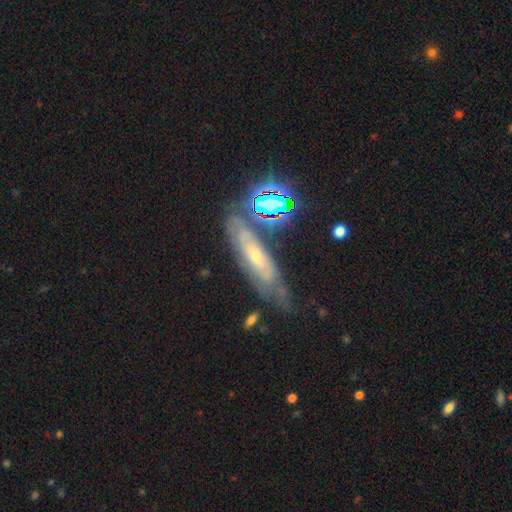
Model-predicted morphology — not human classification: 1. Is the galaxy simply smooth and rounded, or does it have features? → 64% featured or disk, 19% smooth, 17% star or artifact.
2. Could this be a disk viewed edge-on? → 69% no, 31% yes.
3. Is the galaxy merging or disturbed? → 62% none, 23% minor disturbance, 9% major disturbance, 6% merger.